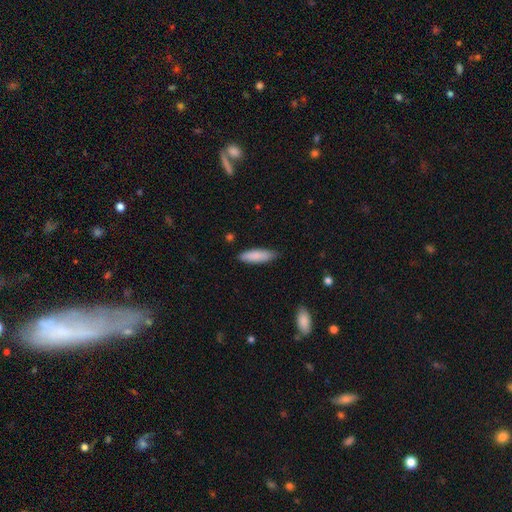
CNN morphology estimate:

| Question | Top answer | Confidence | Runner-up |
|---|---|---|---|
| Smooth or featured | smooth | 86% | featured or disk (8%) |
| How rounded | cigar-shaped | 52% | in between (46%) |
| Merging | none | 81% | minor disturbance (16%) |